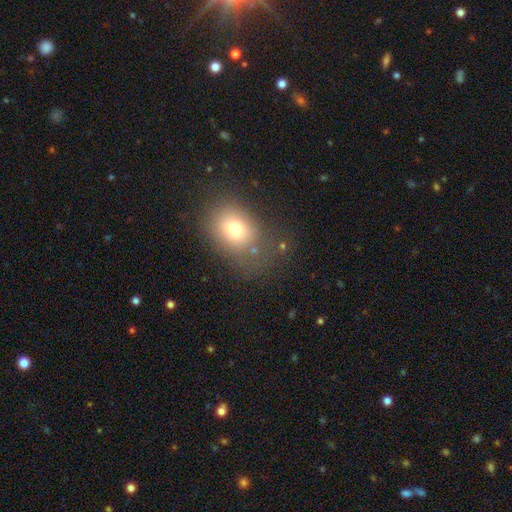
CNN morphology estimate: This is likely a smooth galaxy (69%). How rounded: possibly in between (50%). Merging: likely none (65%).